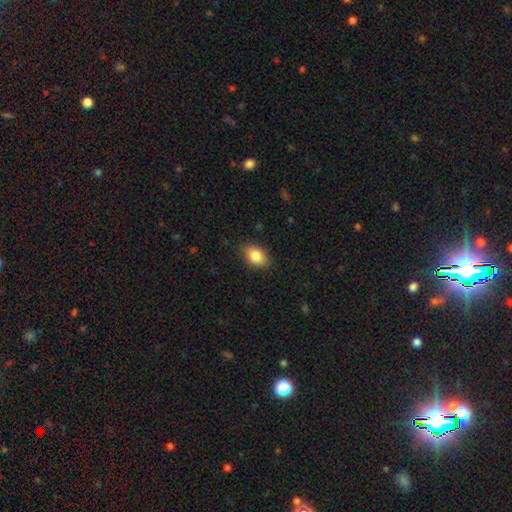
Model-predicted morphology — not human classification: Smooth or featured? Predicted: smooth (p=0.86). How rounded? Predicted: in between (p=0.84). Merging? Predicted: none (p=0.86).